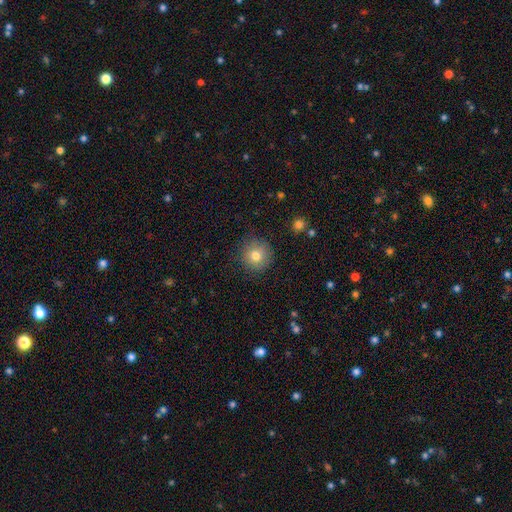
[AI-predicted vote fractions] This is likely a smooth galaxy (79%). How rounded: clearly round (93%). Merging: clearly none (86%).